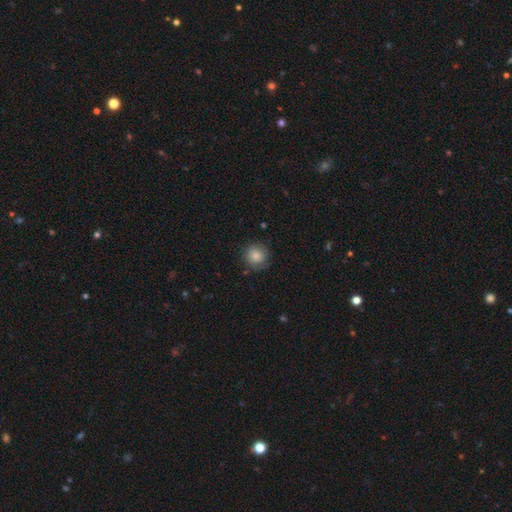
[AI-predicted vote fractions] Morphology: type=smooth (82%); roundness=round (90%); merging=none (80%).